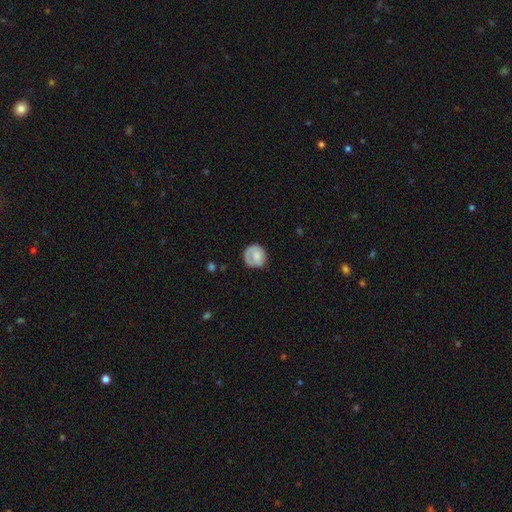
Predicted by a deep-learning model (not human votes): A smooth galaxy with no disk features (67%) that is round (84%).

Vote fractions:
- Smooth or featured? smooth: 67% / featured or disk: 26% / star or artifact: 6%
- How rounded? round: 84% / in between: 15% / cigar-shaped: 1%
- Merging? none: 66% / minor disturbance: 23% / major disturbance: 10% / merger: 2%